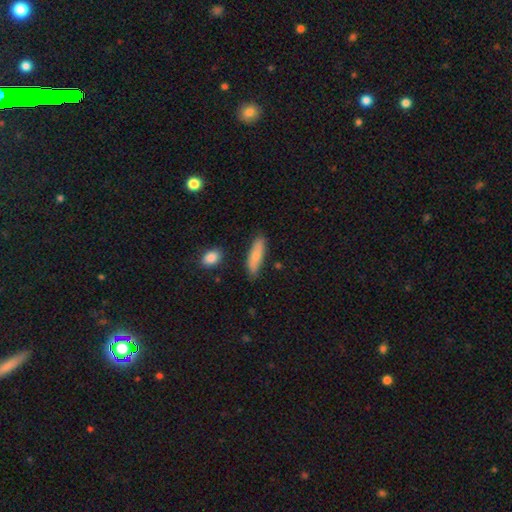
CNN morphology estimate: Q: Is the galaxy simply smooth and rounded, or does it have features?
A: smooth — 78%.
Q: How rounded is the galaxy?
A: cigar-shaped — 58%.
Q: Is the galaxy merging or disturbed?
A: none — 82%.